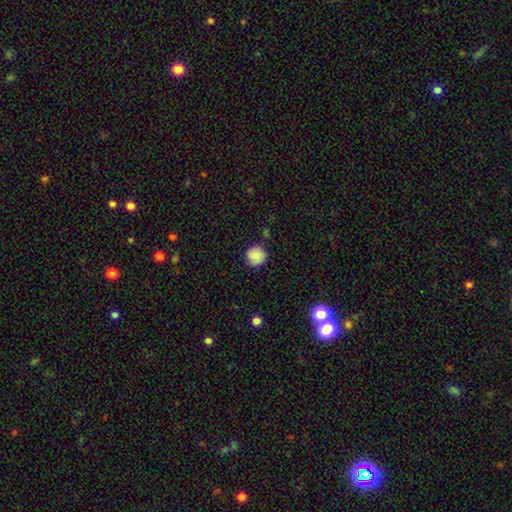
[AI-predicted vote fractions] A smooth galaxy with no disk features (88%) that is round (94%). Merging: none (86%).